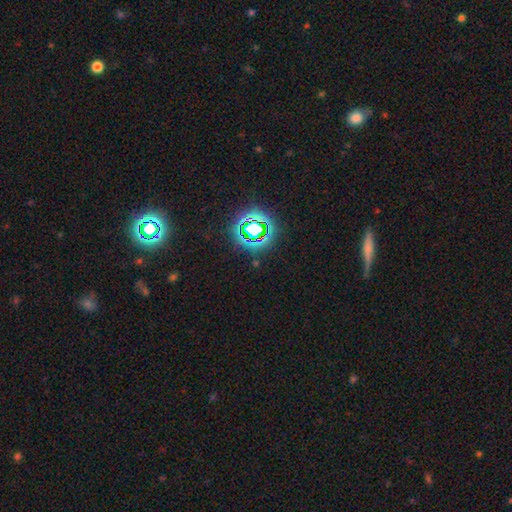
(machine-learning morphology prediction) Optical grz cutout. It shows a star or artifact, not a galaxy (73%).